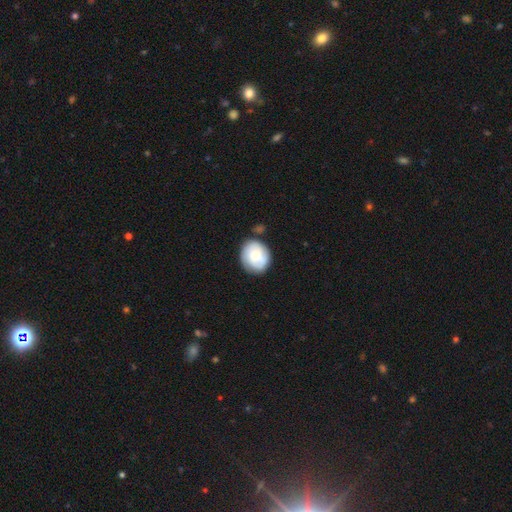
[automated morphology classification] smooth 65%, featured or disk 28%, star or artifact 7%. Down the decision tree: how rounded — round (69%); merging — none (69%).